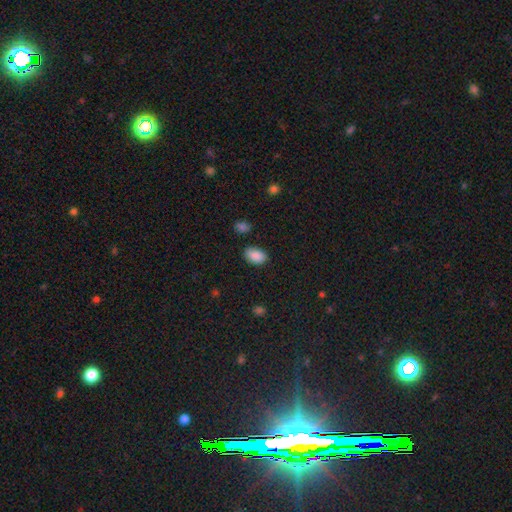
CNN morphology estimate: Overall: smooth (88%). How rounded: in between (88%). Merging: none (82%).